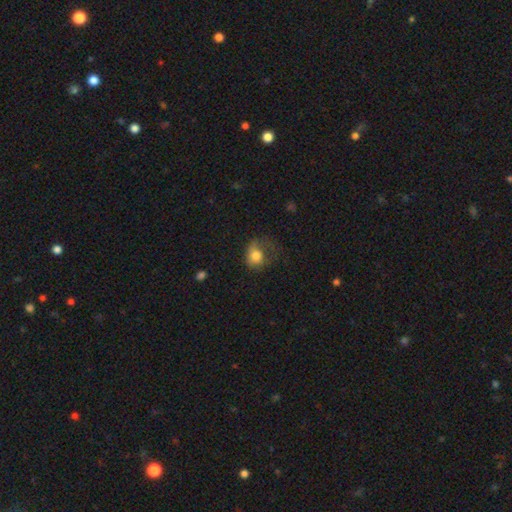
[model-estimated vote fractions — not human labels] Q: Smooth or featured?
A: smooth (72%); runner-up: featured or disk (19%)
Q: How rounded?
A: round (57%); runner-up: in between (42%)
Q: Merging?
A: major disturbance (45%); runner-up: none (27%)